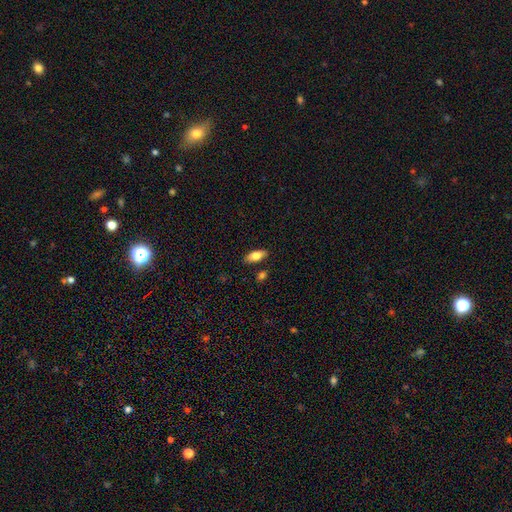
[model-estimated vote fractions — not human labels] A smooth galaxy with no disk features (76%) that is in between round and cigar-shaped (85%). Merging: none (85%).